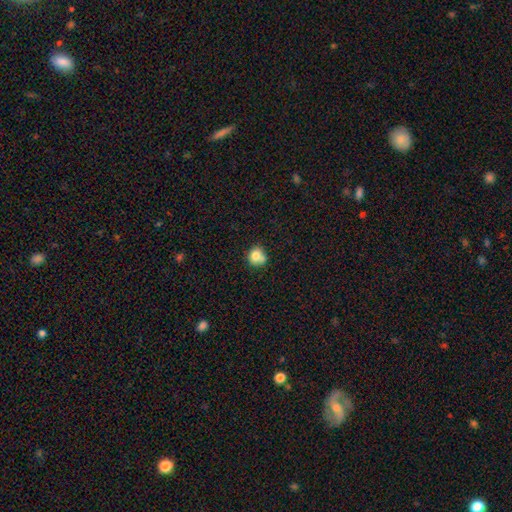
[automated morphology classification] This appears to be a smooth galaxy with no disk features (77%) that is round (79%). Merging: none (51%).